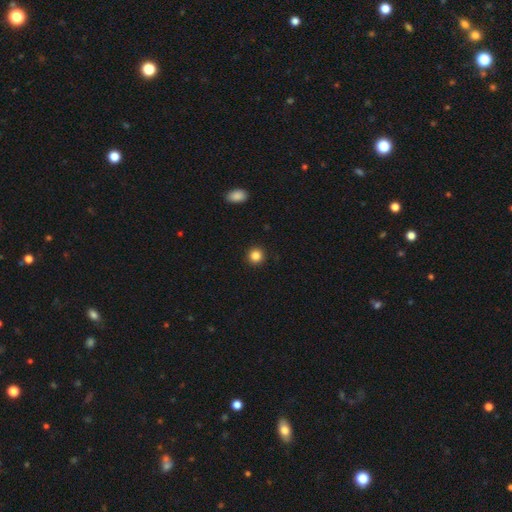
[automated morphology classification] This is clearly a smooth galaxy (85%). How rounded: clearly round (94%). Merging: clearly none (93%).